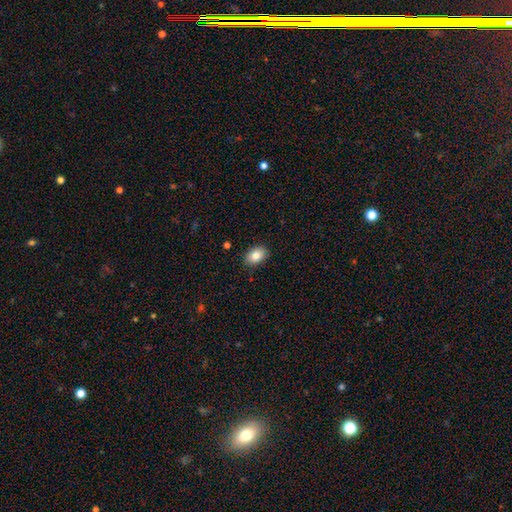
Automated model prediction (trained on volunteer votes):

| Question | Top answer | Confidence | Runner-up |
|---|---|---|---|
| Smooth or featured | smooth | 84% | featured or disk (9%) |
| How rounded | in between | 86% | round (13%) |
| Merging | none | 88% | minor disturbance (9%) |